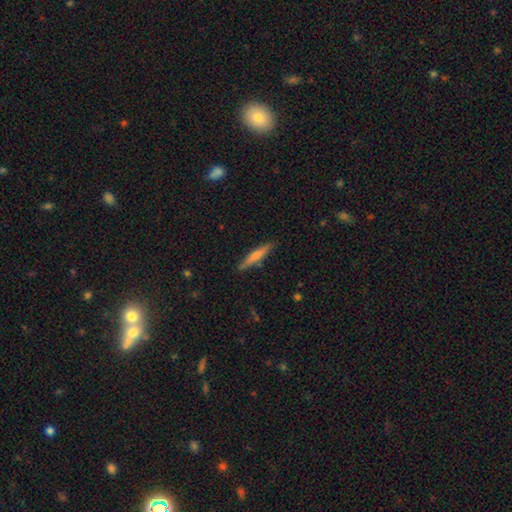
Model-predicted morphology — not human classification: Overall: smooth (57%; featured or disk 36%). How rounded: cigar-shaped (91%). Merging: none (88%).